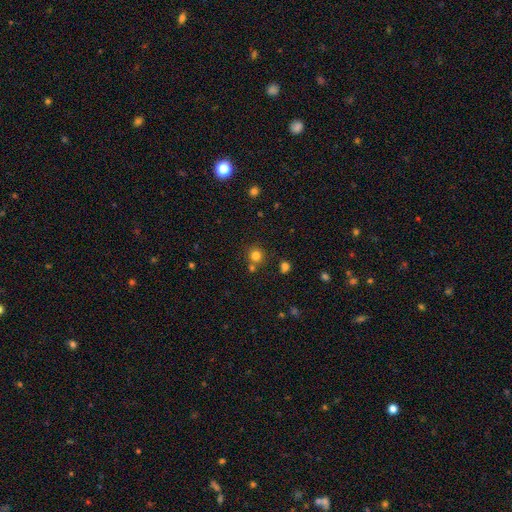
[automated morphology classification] The model was most divided on "merging": none: 74%, merger: 15%, minor disturbance: 8%, major disturbance: 3%. More confident: how rounded — round (92%); smooth or featured — smooth (80%).